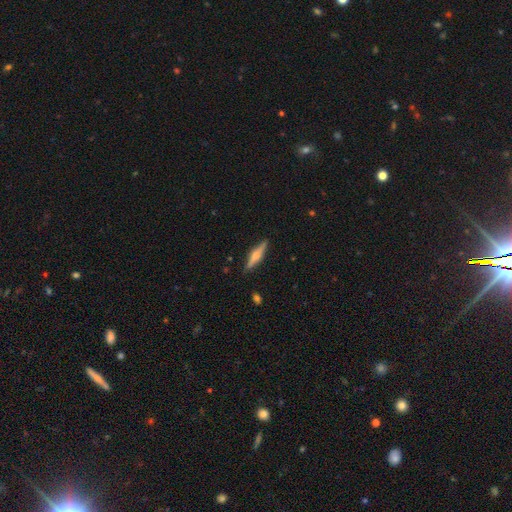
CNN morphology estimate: This appears to be a featured or disk galaxy (60%) viewed edge-on (97%) with a rounded central bulge (82%). Merging: none (89%).